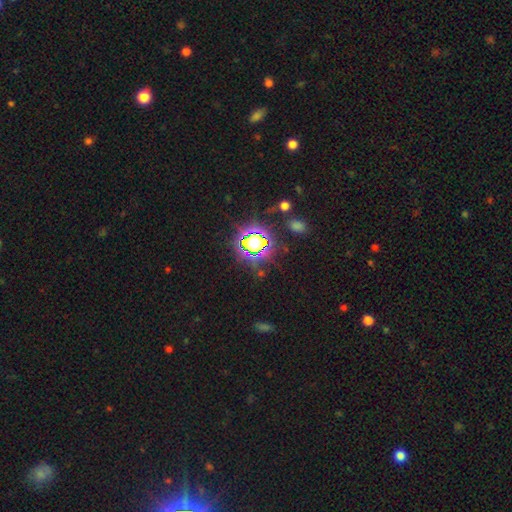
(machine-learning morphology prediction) A star or artifact, not a galaxy (80%).

Vote fractions:
- Smooth or featured? star or artifact: 80% / smooth: 13% / featured or disk: 7%